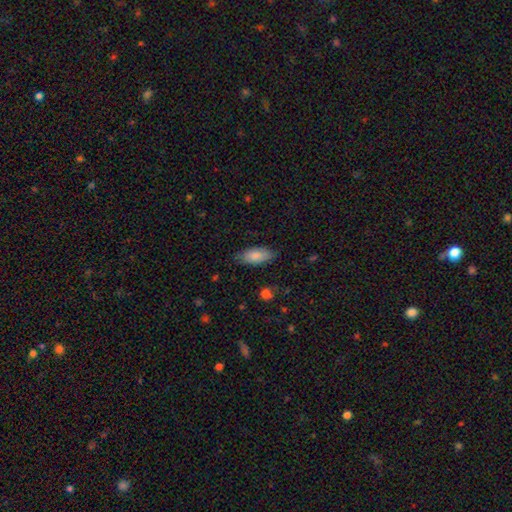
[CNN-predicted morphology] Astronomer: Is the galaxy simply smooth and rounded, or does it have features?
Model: smooth — 83%.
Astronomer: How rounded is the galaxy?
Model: in between — 88%.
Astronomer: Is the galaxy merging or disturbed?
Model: none — 78%.